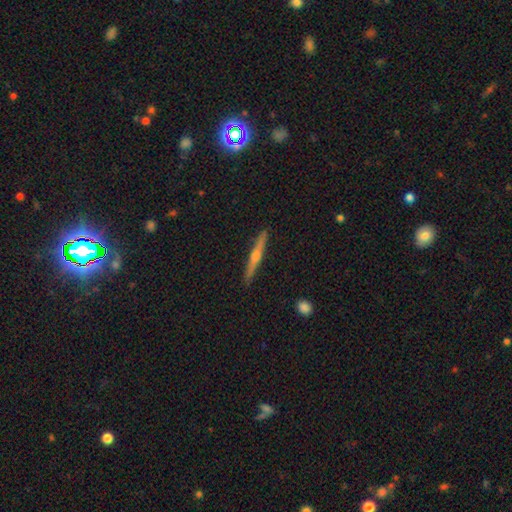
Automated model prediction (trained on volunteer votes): A featured or disk galaxy (71%) viewed edge-on (98%) with a rounded central bulge (88%). Merging: none (92%).